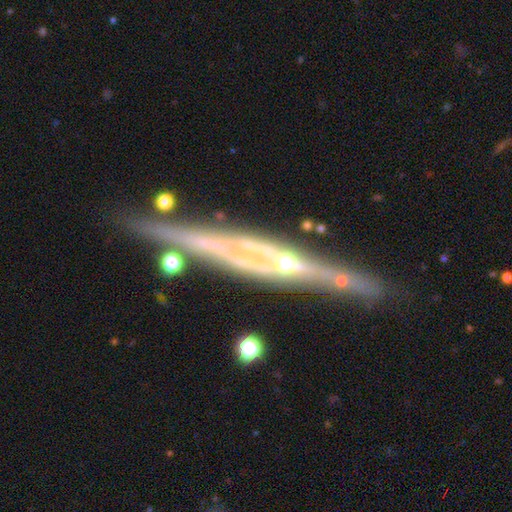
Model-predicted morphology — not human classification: Smooth or featured: featured or disk — 80% (smooth — 12%)
Edge-on disk: yes — 93% (no — 7%)
Edge-on bulge: none — 51% (rounded — 34%)
Merging: none — 79% (minor disturbance — 13%)